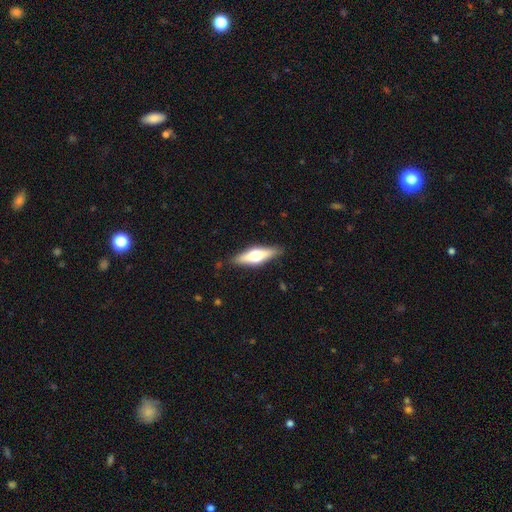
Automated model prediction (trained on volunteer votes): Q: Smooth or featured?
A: featured or disk (51%); runner-up: smooth (43%)
Q: Edge-on disk?
A: yes (91%); runner-up: no (9%)
Q: Merging?
A: none (87%); runner-up: minor disturbance (10%)